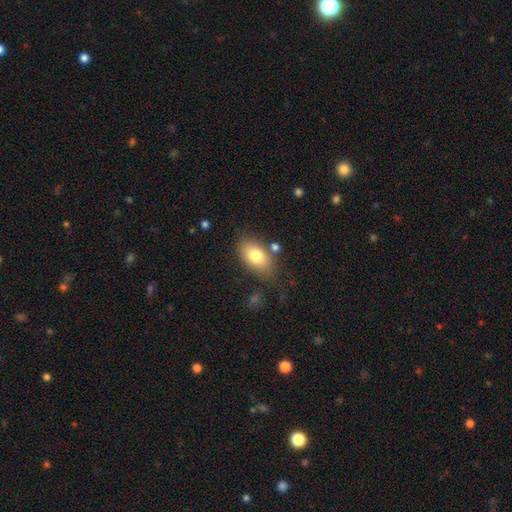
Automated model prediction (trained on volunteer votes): Smooth or featured? Predicted: smooth (p=0.79). How rounded? Predicted: in between (p=0.90). Merging? Predicted: none (p=0.74).